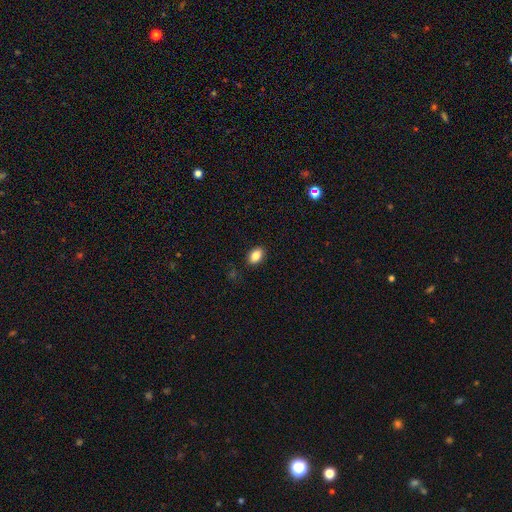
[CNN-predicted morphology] Smooth or featured?
  - smooth: 85% *
  - star or artifact: 8%
  - featured or disk: 7%
How rounded?
  - in between: 87% *
  - round: 11%
  - cigar-shaped: 2%
Merging?
  - none: 88% *
  - minor disturbance: 9%
  - major disturbance: 2%
  - merger: 1%